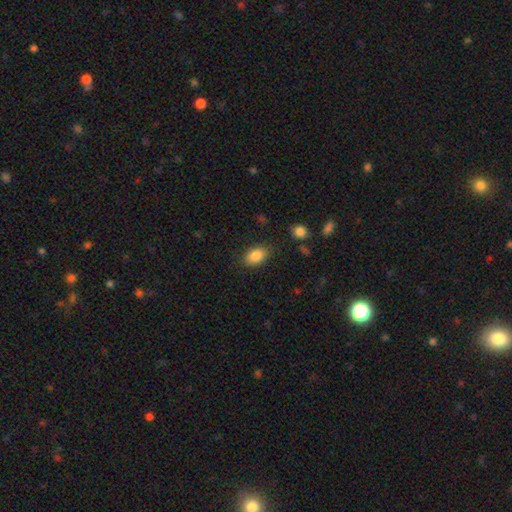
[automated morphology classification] Smooth or featured? Predicted: smooth (p=0.86). How rounded? Predicted: in between (p=0.86). Merging? Predicted: none (p=0.83).